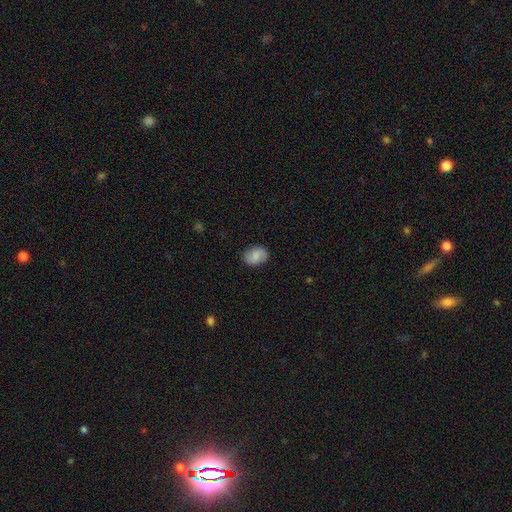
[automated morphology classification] The model was most divided on "smooth or featured": smooth: 65%, featured or disk: 27%, star or artifact: 8%. More confident: merging — none (85%); how rounded — in between (70%).